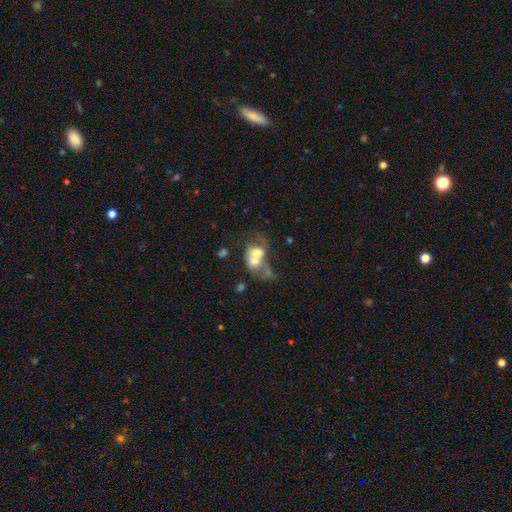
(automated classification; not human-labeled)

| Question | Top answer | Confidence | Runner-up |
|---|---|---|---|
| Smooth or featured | smooth | 54% | featured or disk (36%) |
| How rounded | in between | 56% | round (43%) |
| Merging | merger | 74% | major disturbance (11%) |